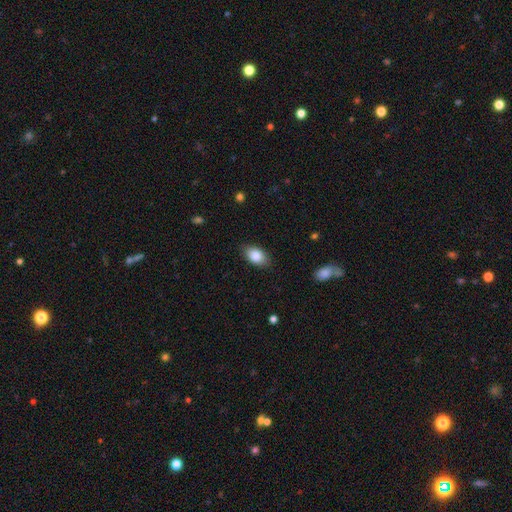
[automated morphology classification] Smooth or featured? Predicted: smooth (p=0.86). How rounded? Predicted: in between (p=0.90). Merging? Predicted: none (p=0.84).